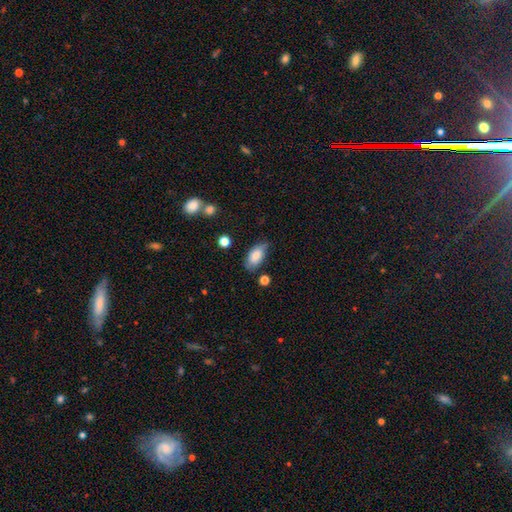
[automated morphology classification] Smooth or featured? Predicted: smooth (p=0.79). How rounded? Predicted: in between (p=0.91). Merging? Predicted: none (p=0.68).